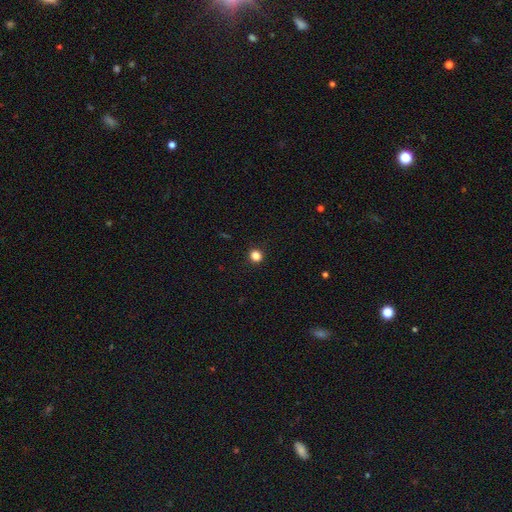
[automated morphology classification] smooth-or-featured: smooth: 84% | star or artifact: 12% | featured or disk: 3%
  how-rounded: round: 87% | in between: 12% | cigar-shaped: 1%
  merging: none: 92% | minor disturbance: 5% | major disturbance: 2% | merger: 1%